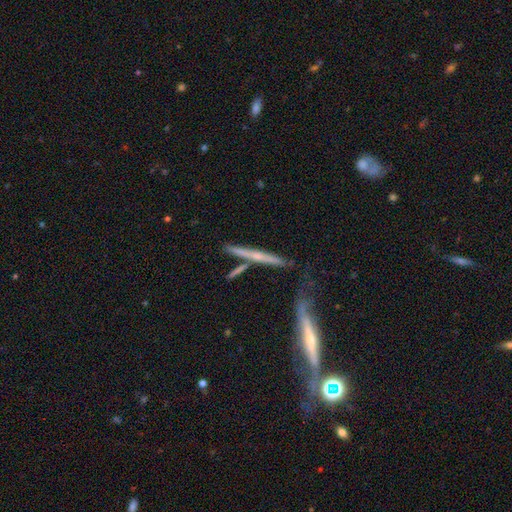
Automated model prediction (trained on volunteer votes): Smooth or featured?
  - featured or disk: 63% *
  - smooth: 29%
  - star or artifact: 8%
Edge-on disk?
  - yes: 94% *
  - no: 6%
Edge-on bulge?
  - rounded: 47% *
  - none: 46%
  - boxy: 7%
Merging?
  - none: 65% *
  - minor disturbance: 16%
  - merger: 13%
  - major disturbance: 6%